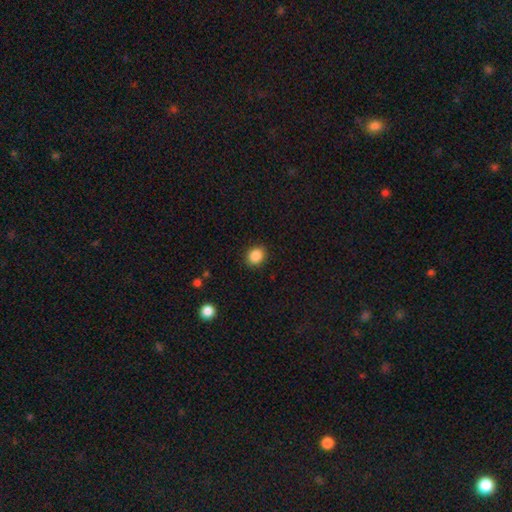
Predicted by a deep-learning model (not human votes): Smooth or featured?
  - smooth: 87% *
  - star or artifact: 9%
  - featured or disk: 3%
How rounded?
  - round: 61% *
  - in between: 38%
  - cigar-shaped: 1%
Merging?
  - none: 89% *
  - minor disturbance: 7%
  - major disturbance: 2%
  - merger: 1%